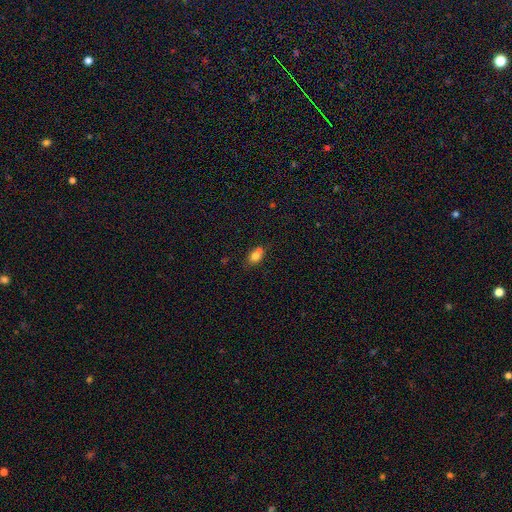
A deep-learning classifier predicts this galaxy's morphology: smooth_or_featured: smooth (p=0.76) [alt: featured or disk p=0.13]
how_rounded: in between (p=0.61) [alt: round p=0.37]
merging: merger (p=0.44) [alt: none p=0.40]